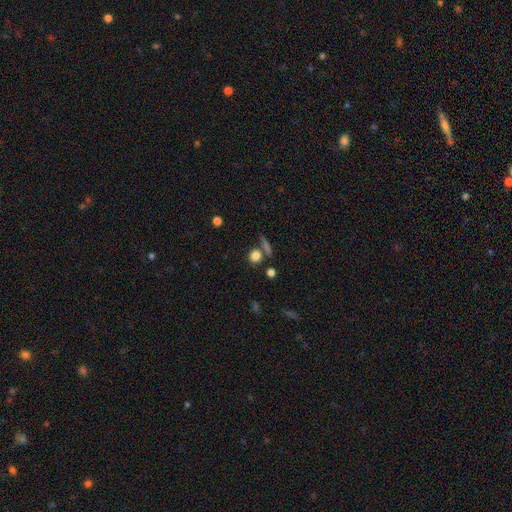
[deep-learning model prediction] smooth_or_featured: smooth (p=0.80) [alt: star or artifact p=0.12]
how_rounded: round (p=0.82) [alt: in between p=0.14]
merging: none (p=0.68) [alt: merger p=0.18]